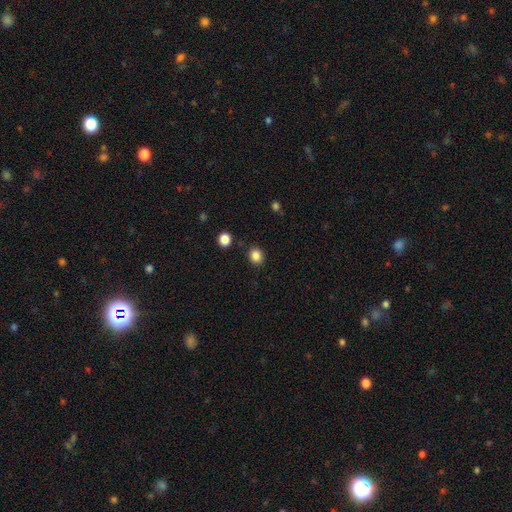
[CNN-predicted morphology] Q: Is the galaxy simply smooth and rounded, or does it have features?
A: smooth — 85%.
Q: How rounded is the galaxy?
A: round — 65%.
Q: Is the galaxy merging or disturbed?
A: none — 86%.